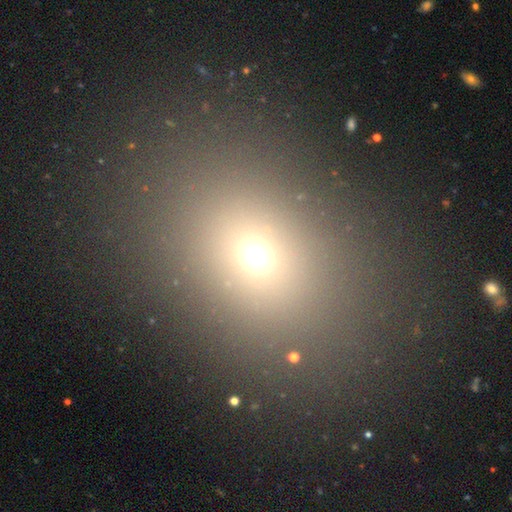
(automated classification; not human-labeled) This appears to be a smooth galaxy with no disk features (66%) that is in between round and cigar-shaped (56%). Merging: none (83%).